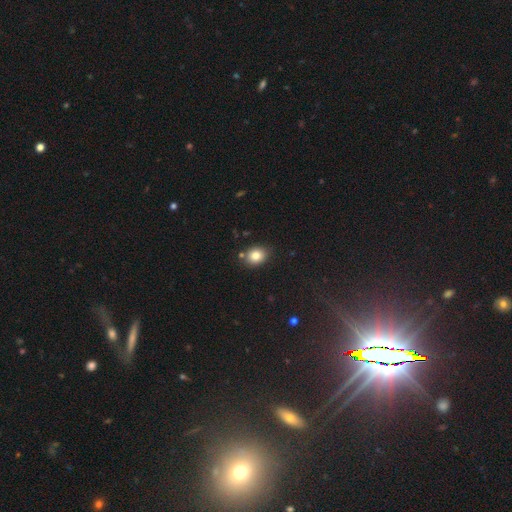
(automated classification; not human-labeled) smooth-or-featured: smooth: 82% | star or artifact: 11% | featured or disk: 7%
  how-rounded: round: 56% | in between: 43% | cigar-shaped: 1%
  merging: none: 81% | minor disturbance: 11% | merger: 6% | major disturbance: 3%